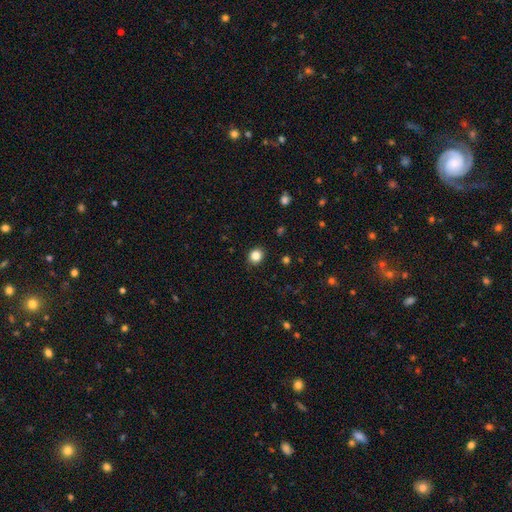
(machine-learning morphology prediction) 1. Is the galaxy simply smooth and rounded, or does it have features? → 84% smooth, 11% star or artifact, 5% featured or disk.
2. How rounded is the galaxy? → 74% round, 26% in between, 1% cigar-shaped.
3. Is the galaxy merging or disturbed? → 89% none, 8% minor disturbance, 2% major disturbance, 1% merger.